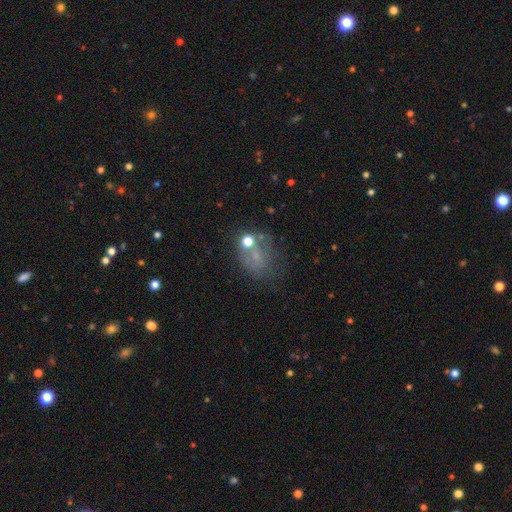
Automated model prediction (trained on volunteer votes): Smooth or featured? Predicted: smooth (p=0.40). Merging? Predicted: none (p=0.45).